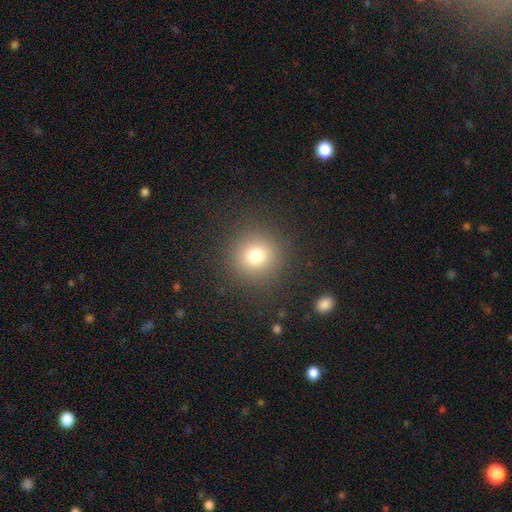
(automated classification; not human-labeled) smooth 76%, star or artifact 15%, featured or disk 9%. Down the decision tree: how rounded — round (93%); merging — none (89%).